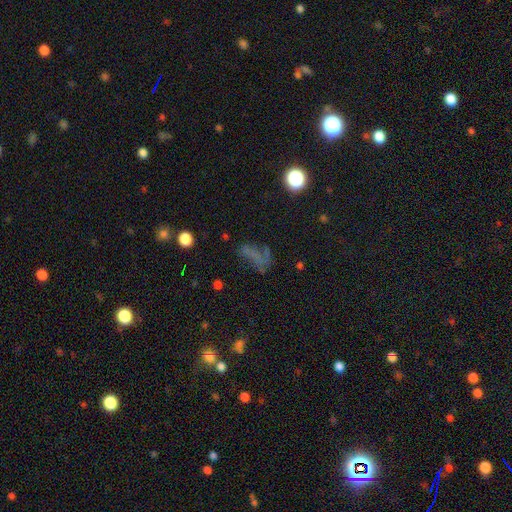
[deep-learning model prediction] smooth_or_featured: smooth (p=0.42) [alt: star or artifact p=0.32]
merging: none (p=0.42) [alt: major disturbance p=0.30]